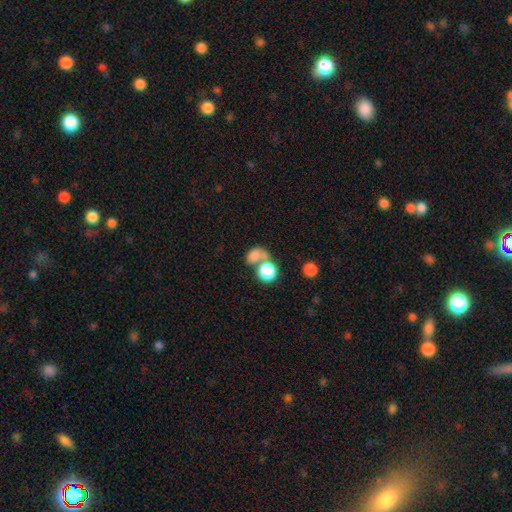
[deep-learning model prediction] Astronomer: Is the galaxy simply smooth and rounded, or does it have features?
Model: smooth — 77%.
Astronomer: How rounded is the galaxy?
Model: in between — 50% (runner-up: round, 49%).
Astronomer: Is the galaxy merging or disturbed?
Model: merger — 52% (runner-up: none, 31%).